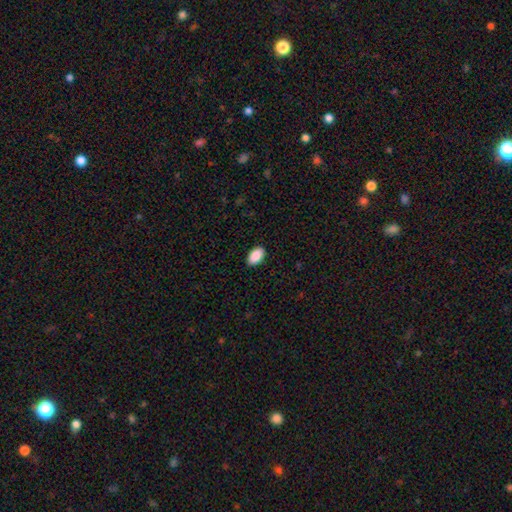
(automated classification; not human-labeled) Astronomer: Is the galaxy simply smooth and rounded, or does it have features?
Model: smooth — 90%.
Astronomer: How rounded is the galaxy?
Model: in between — 94%.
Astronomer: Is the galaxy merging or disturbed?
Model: none — 90%.